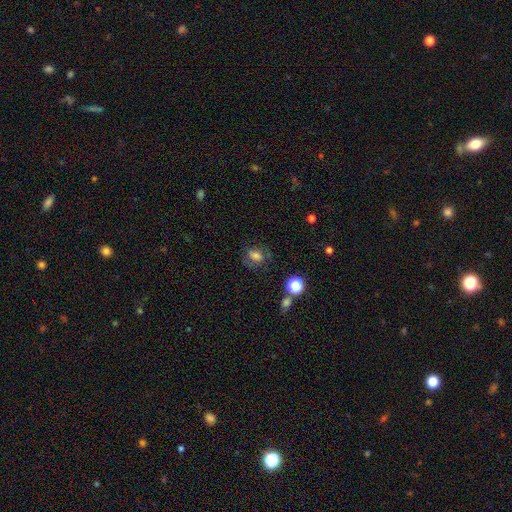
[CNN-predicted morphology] type=smooth (62%); roundness=in between (63%); merging=none (61%).